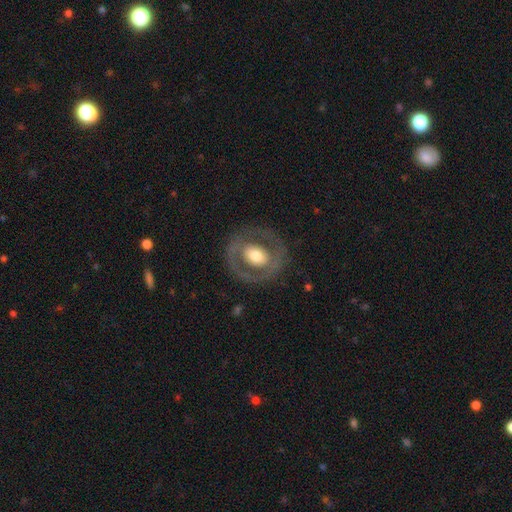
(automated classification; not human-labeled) Overall: featured or disk (56%; smooth 38%). Edge-on disk: no (95%). Bar: no (68%). Spiral arms: no (78%). Bulge size: moderate (50%; large 38%). Merging: none (76%).